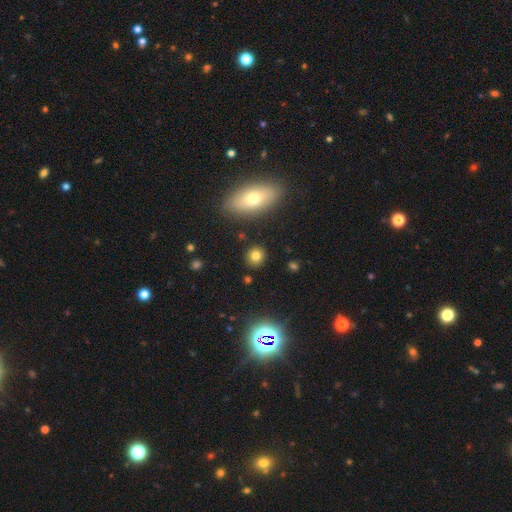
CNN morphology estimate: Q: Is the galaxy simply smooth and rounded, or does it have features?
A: smooth — 80%.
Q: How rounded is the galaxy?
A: round — 84%.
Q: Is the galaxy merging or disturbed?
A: none — 88%.